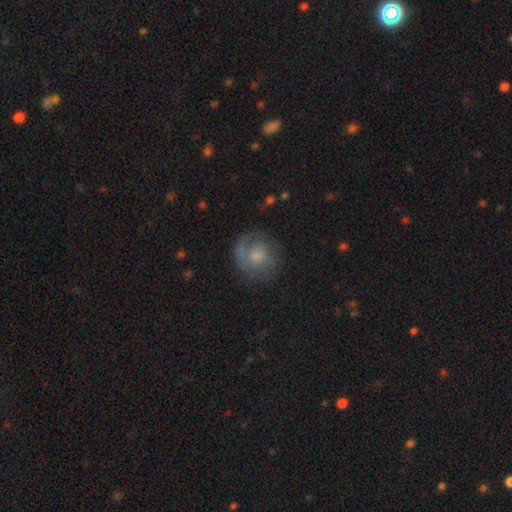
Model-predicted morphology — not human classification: This is possibly a featured or disk galaxy (46%). Merging: likely none (69%).